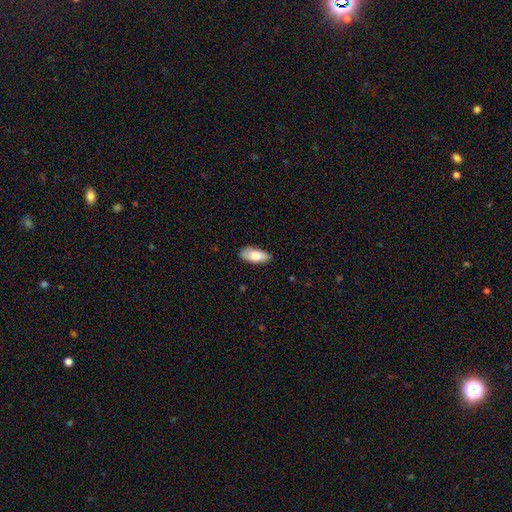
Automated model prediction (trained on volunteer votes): smooth-or-featured: smooth: 81% | featured or disk: 13% | star or artifact: 6%
  how-rounded: in between: 87% | cigar-shaped: 11% | round: 2%
  merging: none: 78% | minor disturbance: 18% | major disturbance: 3% | merger: 1%